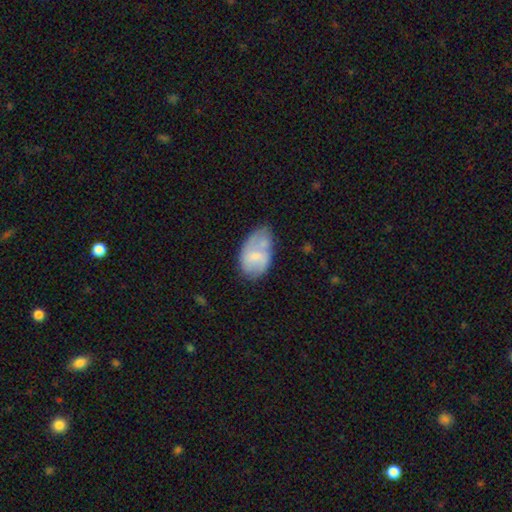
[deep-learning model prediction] Smooth or featured? smooth (52%)
How rounded? in between (89%)
Merging? none (41%)